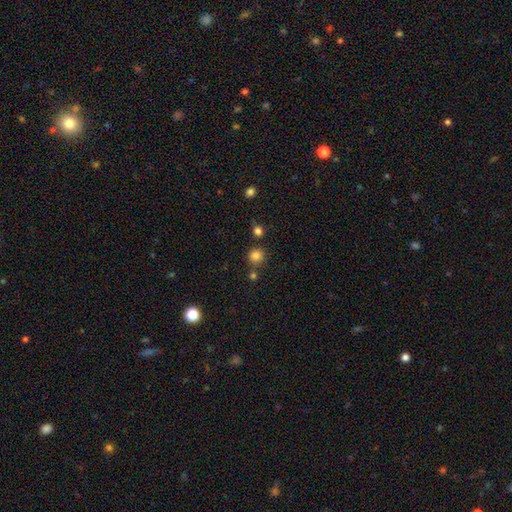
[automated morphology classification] smooth 82%, star or artifact 13%, featured or disk 5%. Down the decision tree: how rounded — round (91%); merging — none (77%).